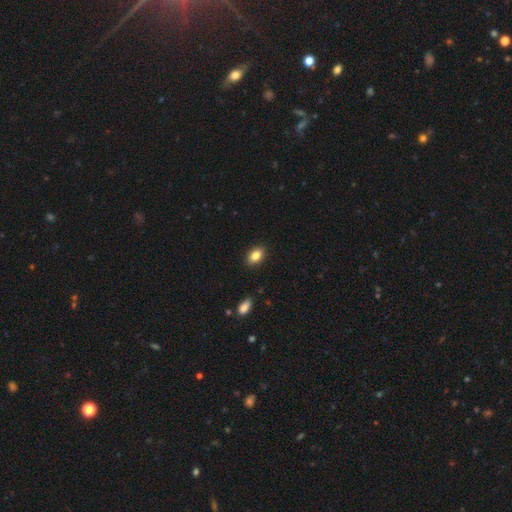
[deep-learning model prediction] Overall: smooth (84%). How rounded: in between (85%). Merging: none (89%).